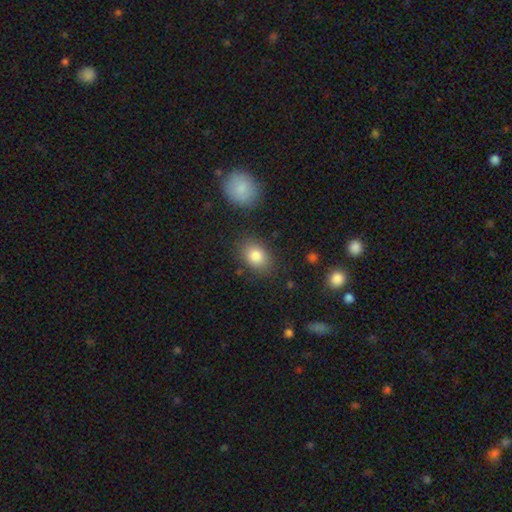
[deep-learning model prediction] Q: Smooth or featured?
A: smooth (84%); runner-up: star or artifact (8%)
Q: How rounded?
A: in between (76%); runner-up: round (22%)
Q: Merging?
A: none (80%); runner-up: minor disturbance (13%)